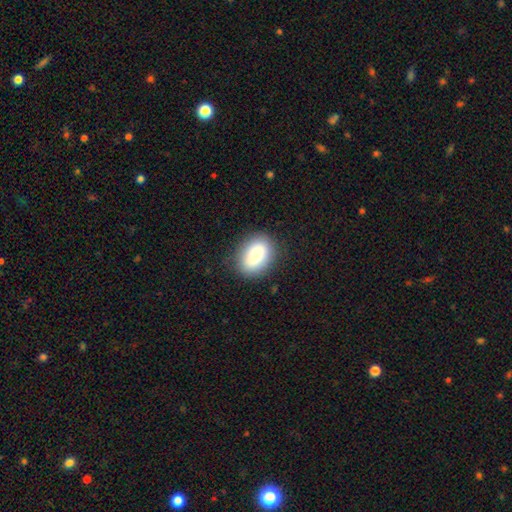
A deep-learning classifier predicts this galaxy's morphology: type=smooth (81%); roundness=in between (73%); merging=none (84%).